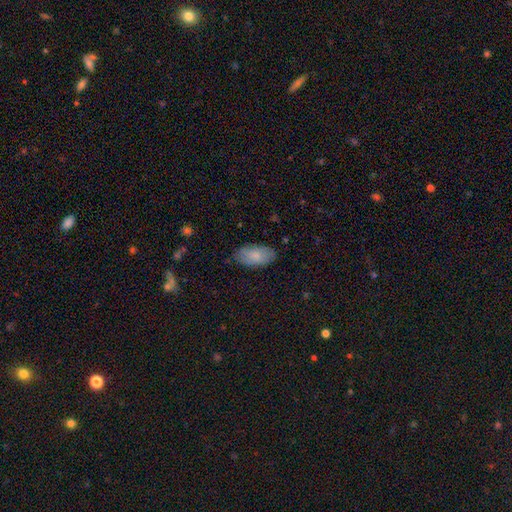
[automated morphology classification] Smooth or featured?
  - smooth: 78% *
  - featured or disk: 16%
  - star or artifact: 6%
How rounded?
  - in between: 94% *
  - round: 3%
  - cigar-shaped: 3%
Merging?
  - none: 79% *
  - minor disturbance: 17%
  - major disturbance: 3%
  - merger: 1%